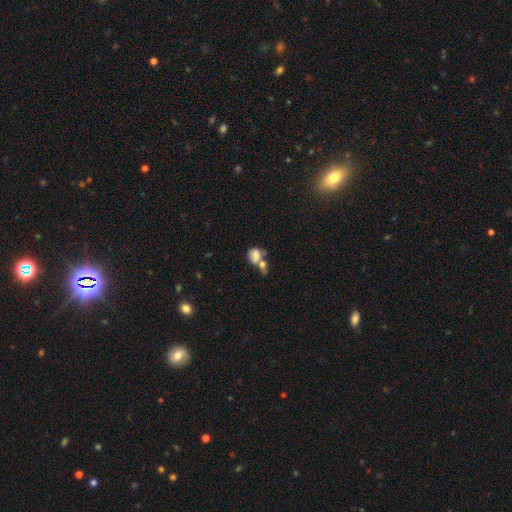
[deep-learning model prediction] Smooth or featured?
  - smooth: 72% *
  - featured or disk: 18%
  - star or artifact: 10%
How rounded?
  - in between: 55% *
  - round: 43%
  - cigar-shaped: 2%
Merging?
  - merger: 58% *
  - none: 22%
  - minor disturbance: 11%
  - major disturbance: 9%